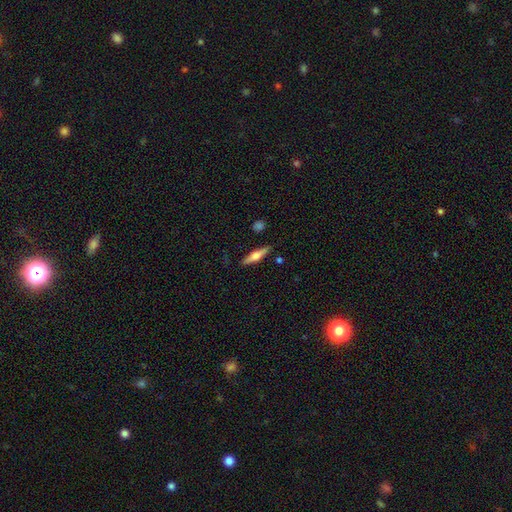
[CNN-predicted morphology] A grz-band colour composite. It shows a featured or disk galaxy (51%) viewed edge-on (95%). Merging: none (87%).